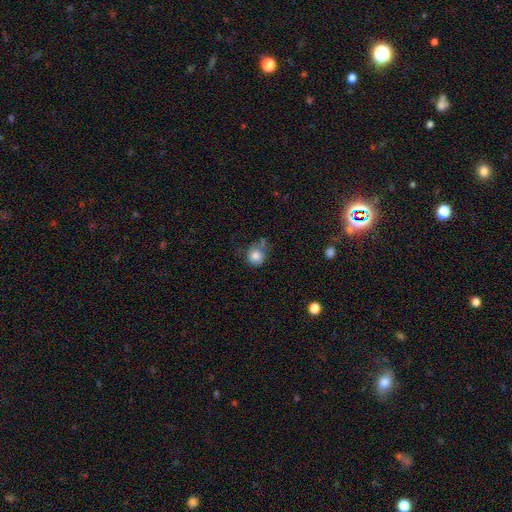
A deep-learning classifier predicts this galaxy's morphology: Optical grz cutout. It shows a smooth galaxy with no disk features (83%) that is round (88%). Merging: none (59%).